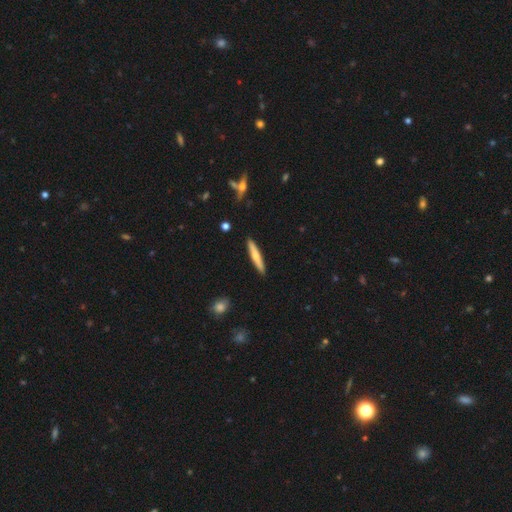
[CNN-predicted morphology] smooth_or_featured: smooth (p=0.60) [alt: featured or disk p=0.35]
how_rounded: cigar-shaped (p=0.93) [alt: in between p=0.06]
merging: none (p=0.91) [alt: minor disturbance p=0.06]